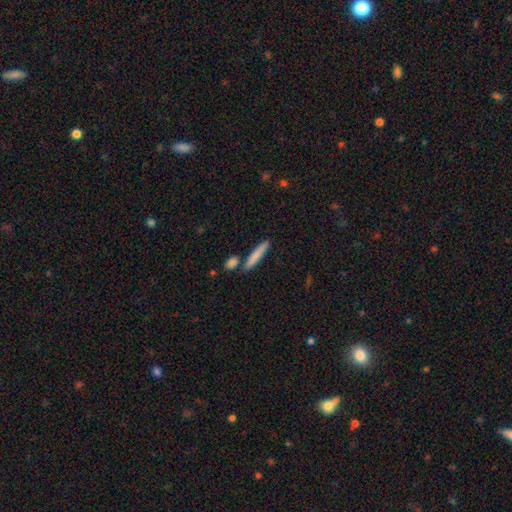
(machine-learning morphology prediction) A smooth galaxy with no disk features (77%) that is cigar-shaped (91%). Merging: none (78%).